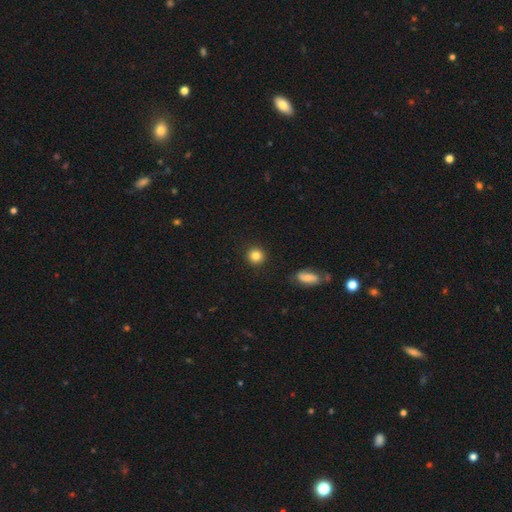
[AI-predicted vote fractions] smooth 84%, star or artifact 10%, featured or disk 5%. Down the decision tree: how rounded — round (93%); merging — none (91%).